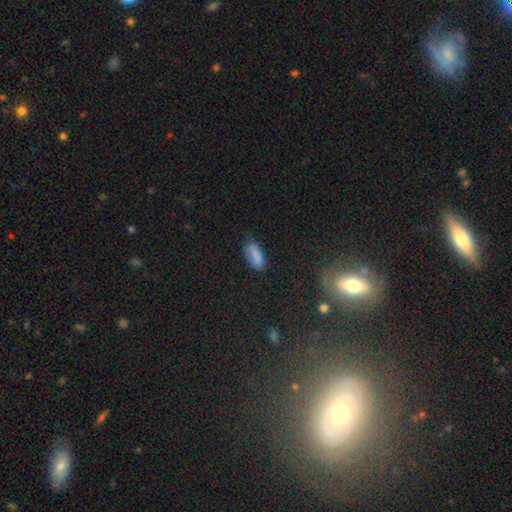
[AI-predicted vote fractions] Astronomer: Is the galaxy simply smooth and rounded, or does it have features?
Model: smooth — 83%.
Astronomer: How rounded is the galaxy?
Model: in between — 86%.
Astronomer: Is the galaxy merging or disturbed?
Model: none — 63%.